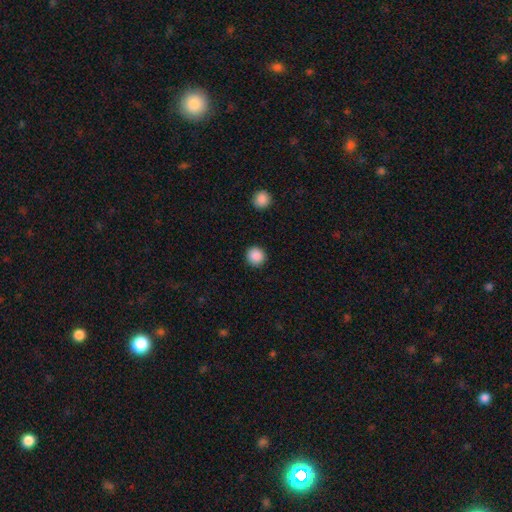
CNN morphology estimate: Smooth or featured: smooth — 88% (star or artifact — 9%)
How rounded: round — 95% (in between — 4%)
Merging: none — 92% (minor disturbance — 5%)